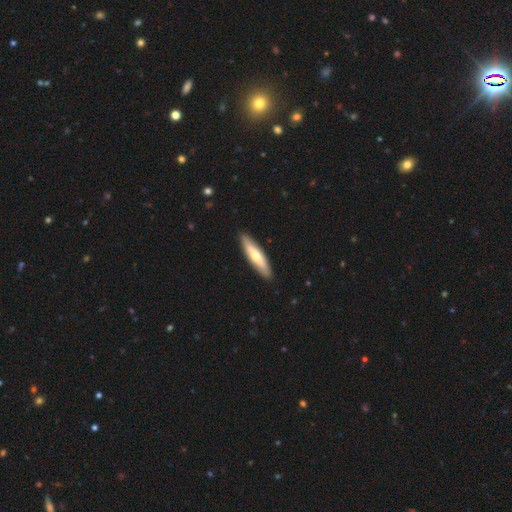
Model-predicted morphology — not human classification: Q: Smooth or featured?
A: smooth (59%); runner-up: featured or disk (37%)
Q: How rounded?
A: cigar-shaped (75%); runner-up: in between (23%)
Q: Merging?
A: none (90%); runner-up: minor disturbance (7%)